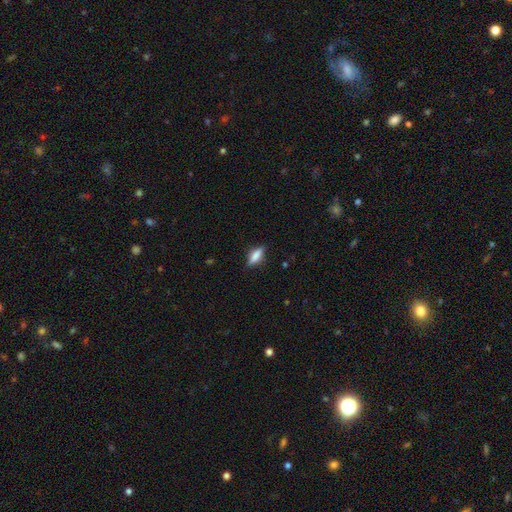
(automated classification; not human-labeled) Smooth or featured: smooth — 76% (featured or disk — 16%)
How rounded: in between — 61% (cigar-shaped — 36%)
Merging: none — 81% (minor disturbance — 14%)